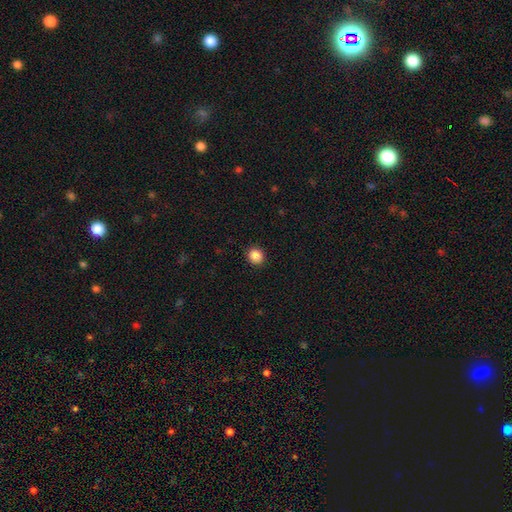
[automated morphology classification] Smooth or featured? smooth (87%)
How rounded? round (85%)
Merging? none (92%)